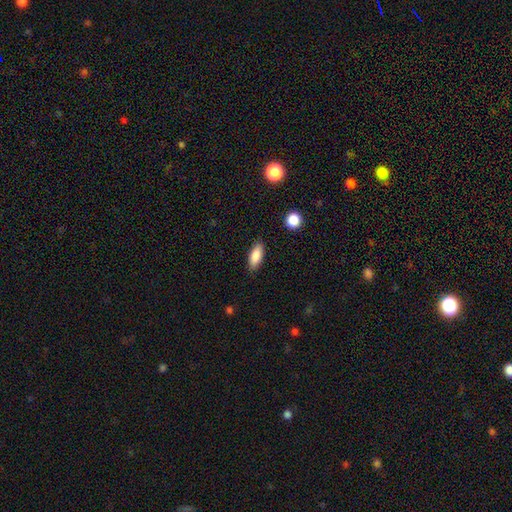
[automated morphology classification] A smooth galaxy with no disk features (86%) that is in between round and cigar-shaped (77%). Merging: none (86%).